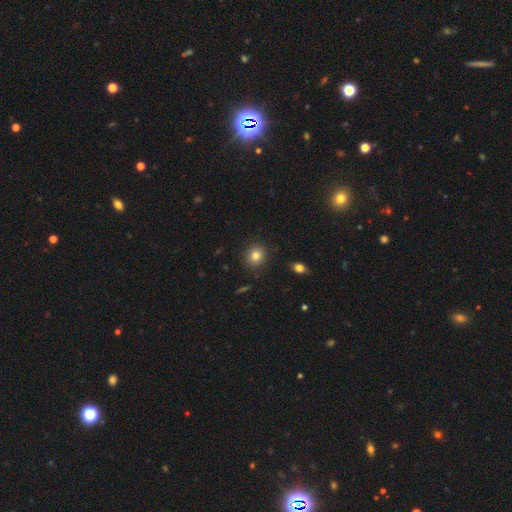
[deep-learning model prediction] Smooth or featured?
  - smooth: 81% *
  - star or artifact: 11%
  - featured or disk: 7%
How rounded?
  - round: 83% *
  - in between: 16%
  - cigar-shaped: 1%
Merging?
  - none: 90% *
  - minor disturbance: 7%
  - major disturbance: 2%
  - merger: 1%